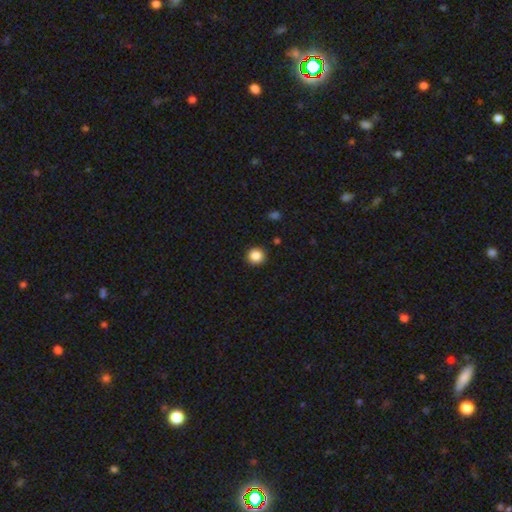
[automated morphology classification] smooth_or_featured: smooth (p=0.86) [alt: star or artifact p=0.10]
how_rounded: round (p=0.93) [alt: in between p=0.06]
merging: none (p=0.91) [alt: minor disturbance p=0.06]